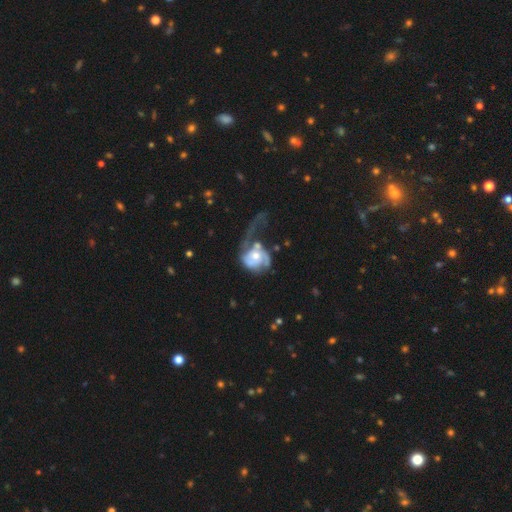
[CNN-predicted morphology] Smooth or featured: featured or disk — 73% (smooth — 21%)
Edge-on disk: no — 97% (yes — 3%)
Bar: no — 74% (weak — 21%)
Spiral arms: yes — 80% (no — 20%)
Spiral winding: loose — 40% (medium — 34%)
Spiral arm count: 2 — 46% (1 — 31%)
Bulge size: moderate — 59% (small — 32%)
Merging: major disturbance — 53% (merger — 17%)